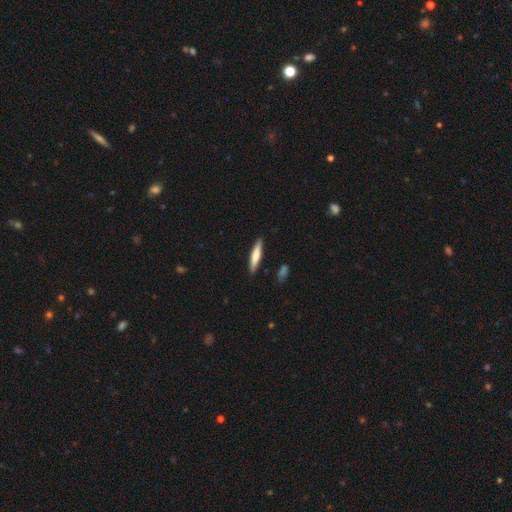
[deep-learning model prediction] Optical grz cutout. It shows a smooth galaxy with no disk features (68%) that is cigar-shaped (87%). Merging: none (87%).